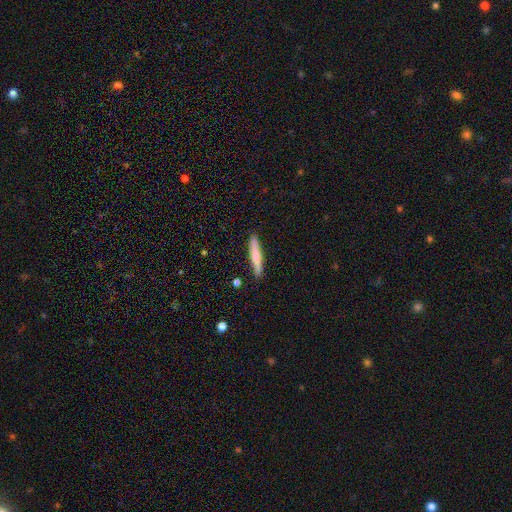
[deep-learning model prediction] smooth 67%, featured or disk 27%, star or artifact 6%. Down the decision tree: how rounded — cigar-shaped (93%); merging — none (89%).